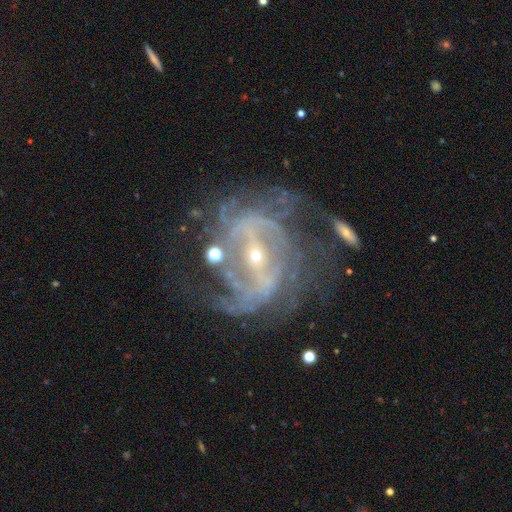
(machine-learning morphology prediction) The model was most divided on "spiral winding": medium: 42%, tight: 41%, loose: 17%. Remaining: edge-on disk — no (97%); spiral arms — yes (95%); smooth or featured — featured or disk (90%); bulge size — small (79%); bar — strong (60%); merging — none (53%); spiral arm count — 2 (30%).